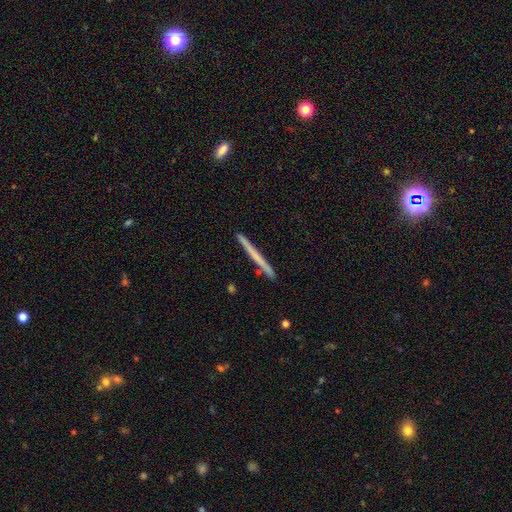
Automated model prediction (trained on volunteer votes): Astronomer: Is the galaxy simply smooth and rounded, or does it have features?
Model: smooth — 51% (runner-up: featured or disk, 44%).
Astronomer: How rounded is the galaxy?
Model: cigar-shaped — 97%.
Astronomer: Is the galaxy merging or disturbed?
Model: none — 91%.